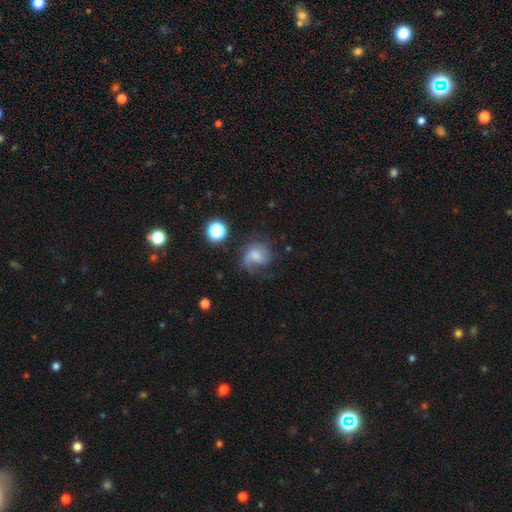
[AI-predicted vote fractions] A featured or disk galaxy (50%). Merging: none (49%).